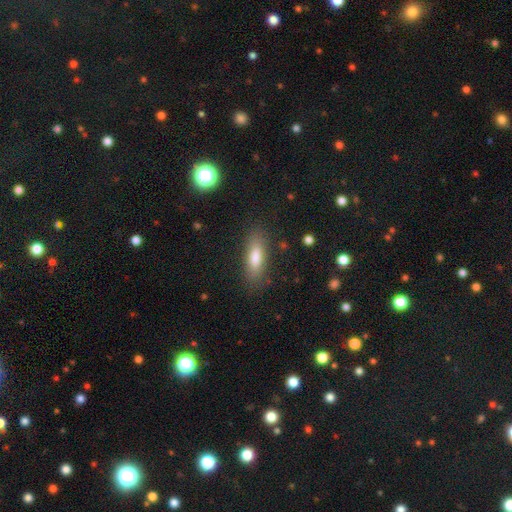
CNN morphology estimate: This is likely a smooth galaxy (77%). How rounded: possibly in between (55%). Merging: clearly none (83%).